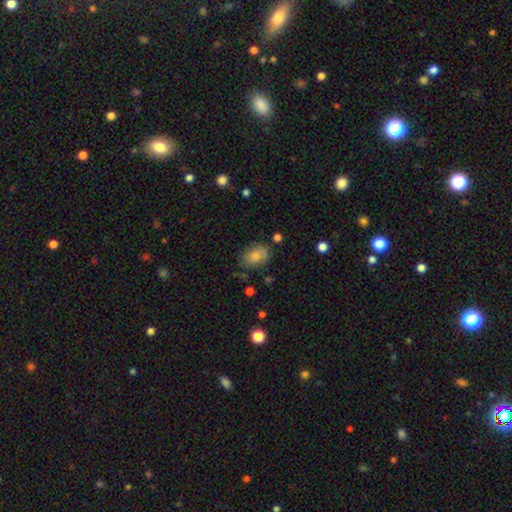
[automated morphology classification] smooth-or-featured: smooth: 64% | featured or disk: 24% | star or artifact: 12%
  how-rounded: in between: 79% | round: 19% | cigar-shaped: 2%
  merging: none: 73% | minor disturbance: 19% | major disturbance: 5% | merger: 3%